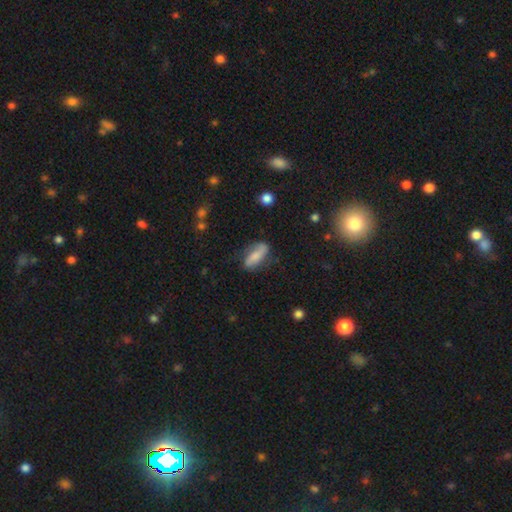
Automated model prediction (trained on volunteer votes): Smooth or featured: smooth — 63% (featured or disk — 30%)
How rounded: in between — 68% (cigar-shaped — 29%)
Merging: none — 66% (minor disturbance — 23%)